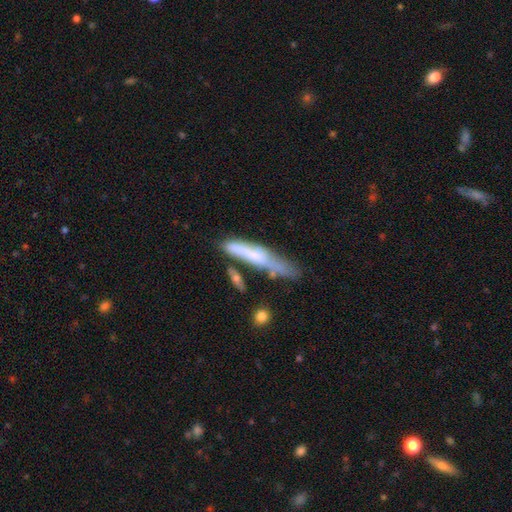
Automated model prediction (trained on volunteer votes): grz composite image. It shows a smooth galaxy with no disk features (57%) that is cigar-shaped (79%). Merging: none (38%).